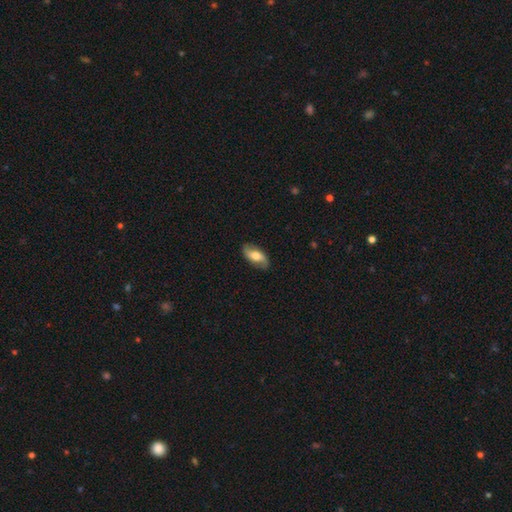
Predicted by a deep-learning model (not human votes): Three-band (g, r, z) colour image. It shows a featured or disk galaxy (50%). Merging: none (83%).